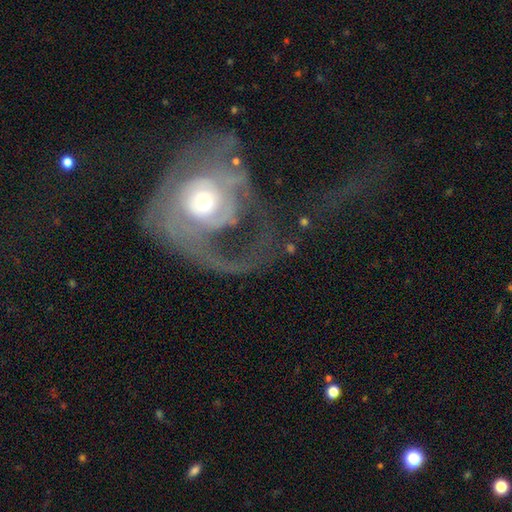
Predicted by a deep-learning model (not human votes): smooth_or_featured: featured or disk (p=0.74) [alt: smooth p=0.18]
disk_edge_on: no (p=0.96) [alt: yes p=0.04]
bar: no (p=0.77) [alt: weak p=0.17]
has_spiral_arms: yes (p=0.70) [alt: no p=0.30]
bulge_size: moderate (p=0.67) [alt: small p=0.19]
merging: major disturbance (p=0.61) [alt: none p=0.21]